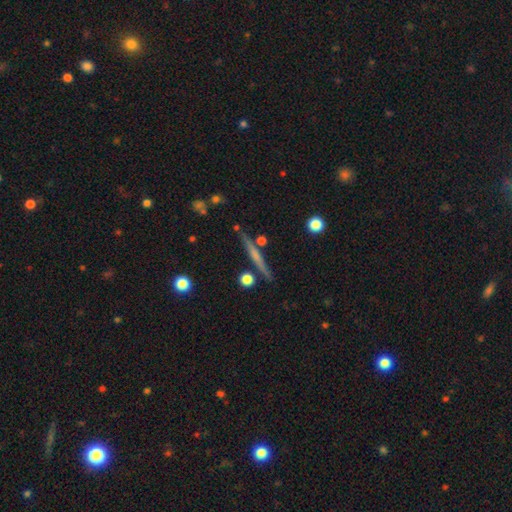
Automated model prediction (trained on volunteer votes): This appears to be a featured or disk galaxy (57%) viewed edge-on (97%) with no central bulge (61%). Merging: none (85%).